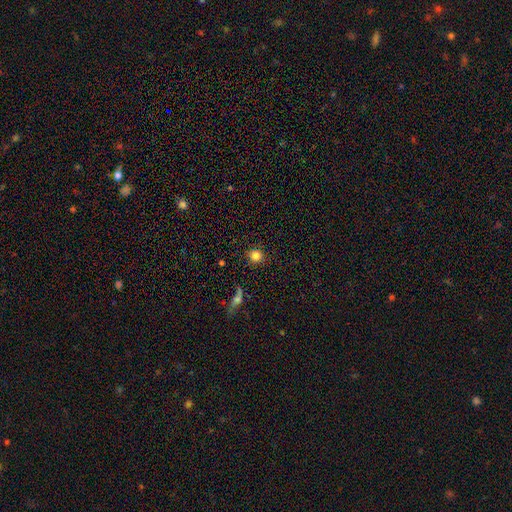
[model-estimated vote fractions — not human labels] This is clearly a smooth galaxy (83%). How rounded: clearly round (92%). Merging: clearly none (90%).